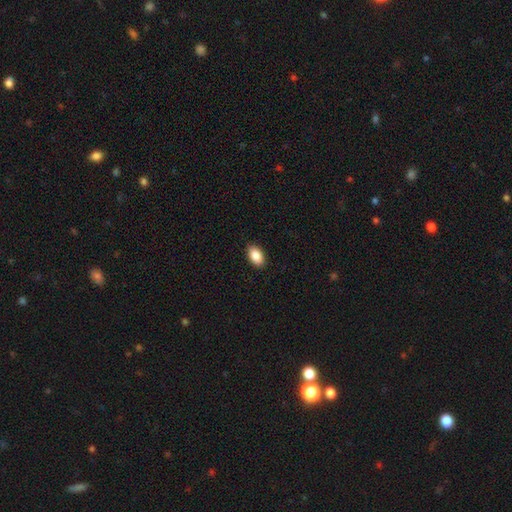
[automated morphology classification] Smooth or featured: smooth — 89% (star or artifact — 7%)
How rounded: in between — 93% (round — 5%)
Merging: none — 89% (minor disturbance — 8%)